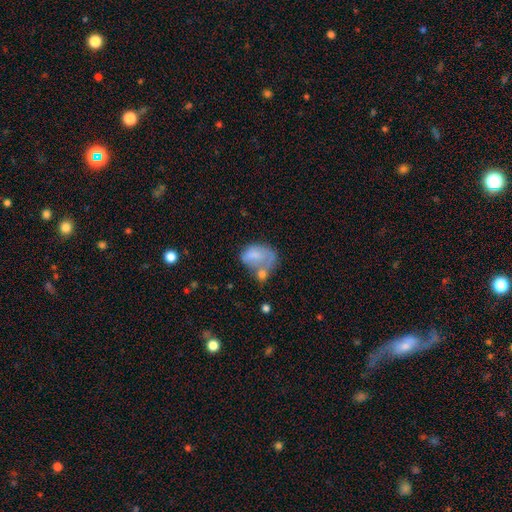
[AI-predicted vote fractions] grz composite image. It shows a smooth galaxy with no disk features (61%) that is in between round and cigar-shaped (77%). Merging: major disturbance (30%).